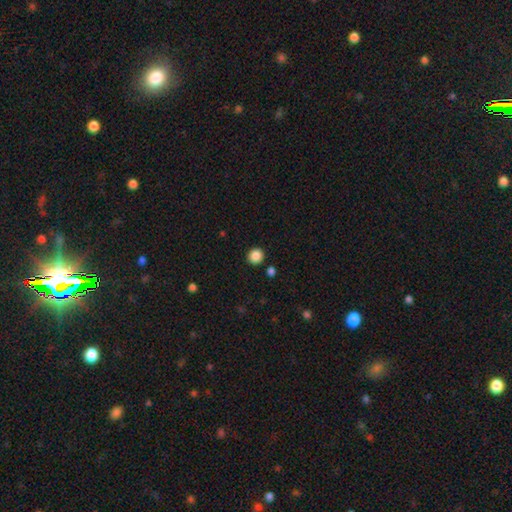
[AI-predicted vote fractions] smooth 87%, star or artifact 10%, featured or disk 3%. Down the decision tree: how rounded — round (88%); merging — none (89%).